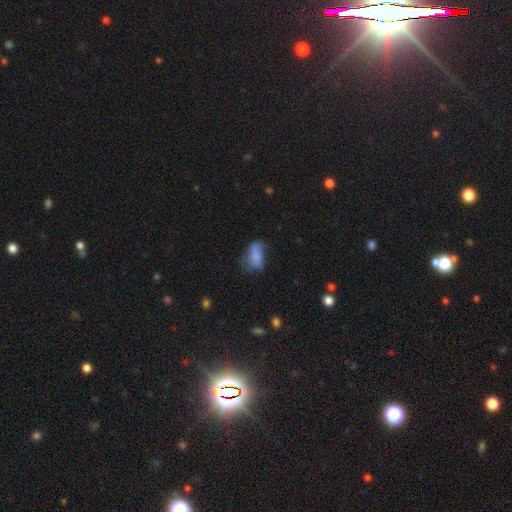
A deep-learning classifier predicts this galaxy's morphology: smooth_or_featured: smooth (p=0.73) [alt: featured or disk p=0.17]
how_rounded: in between (p=0.88) [alt: cigar-shaped p=0.07]
merging: none (p=0.37) [alt: minor disturbance p=0.34]